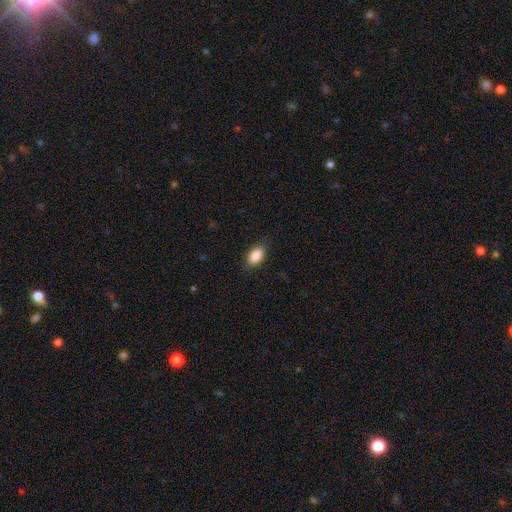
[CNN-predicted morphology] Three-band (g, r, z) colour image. It shows a smooth galaxy with no disk features (88%) that is in between round and cigar-shaped (91%). Merging: none (84%).